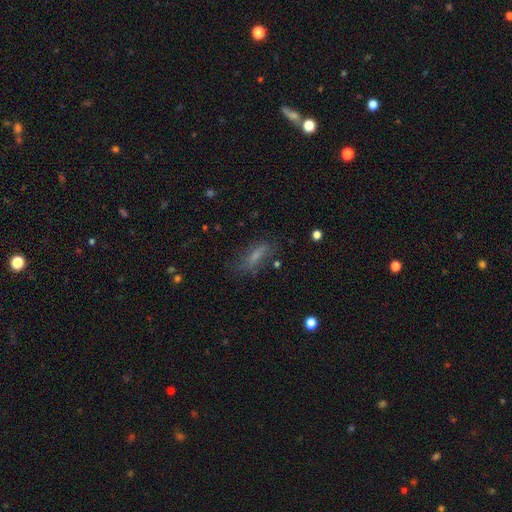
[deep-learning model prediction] Smooth or featured? Predicted: smooth (p=0.62). How rounded? Predicted: cigar-shaped (p=0.51). Merging? Predicted: none (p=0.65).